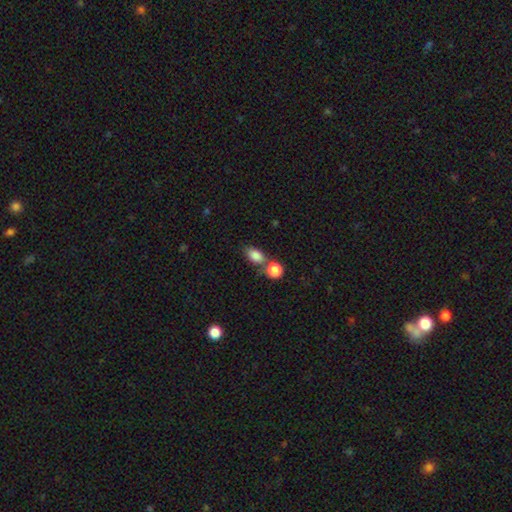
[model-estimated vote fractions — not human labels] Overall: smooth (84%). How rounded: in between (82%). Merging: none (52%; merger 30%).